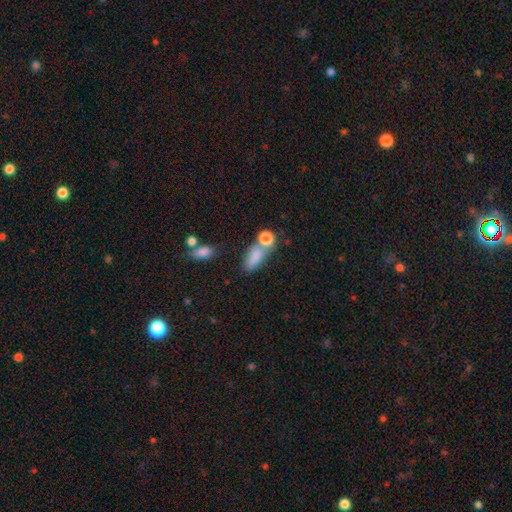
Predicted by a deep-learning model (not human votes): This is clearly a smooth galaxy (81%). How rounded: likely in between (74%). Merging: possibly none (46%).